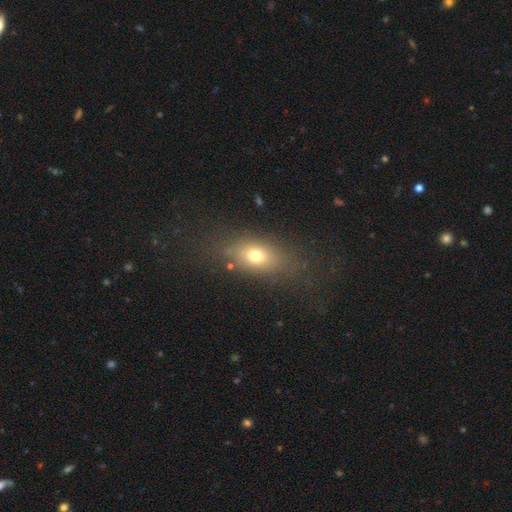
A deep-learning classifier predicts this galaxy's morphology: This appears to be a smooth galaxy with no disk features (71%) that is in between round and cigar-shaped (74%). Merging: none (75%).